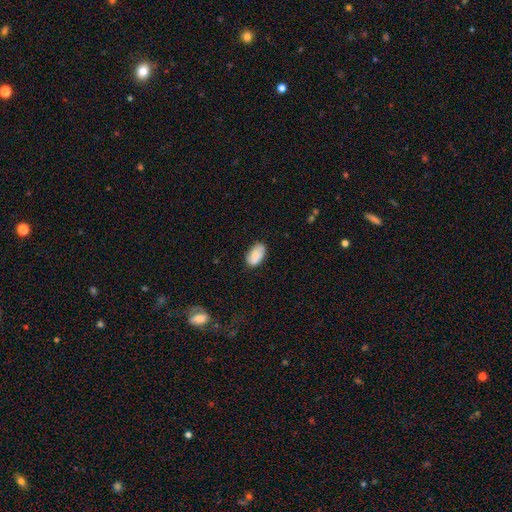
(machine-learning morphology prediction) The model was most divided on "merging": none: 75%, minor disturbance: 19%, major disturbance: 4%, merger: 2%. More confident: how rounded — in between (93%); smooth or featured — smooth (79%).